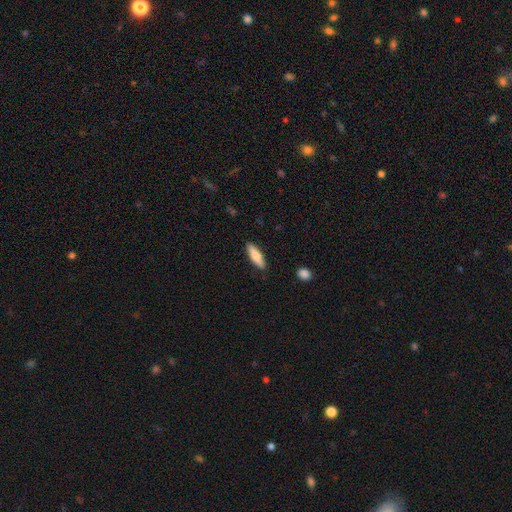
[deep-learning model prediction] This is likely a smooth galaxy (77%). How rounded: possibly cigar-shaped (54%). Merging: clearly none (87%).